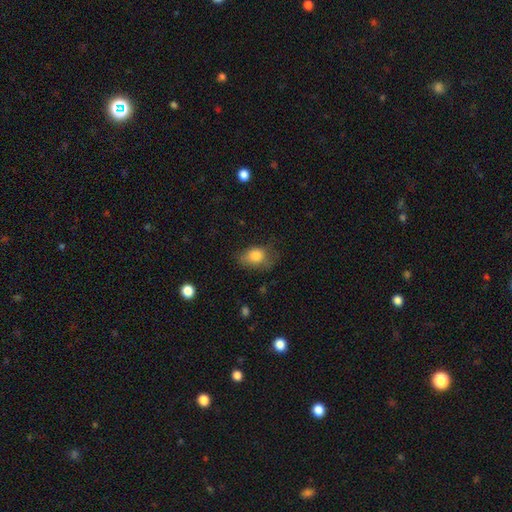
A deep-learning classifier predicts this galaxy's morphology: This is clearly a smooth galaxy (81%). How rounded: likely in between (74%). Merging: possibly none (48%).